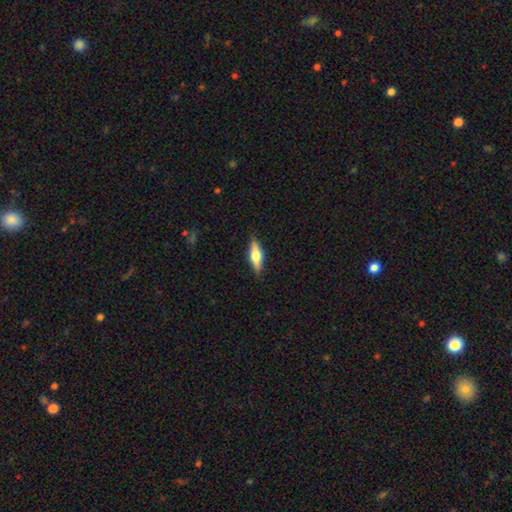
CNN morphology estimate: Smooth or featured: featured or disk — 53% (smooth — 41%)
Edge-on disk: yes — 94% (no — 6%)
Merging: none — 88% (minor disturbance — 9%)